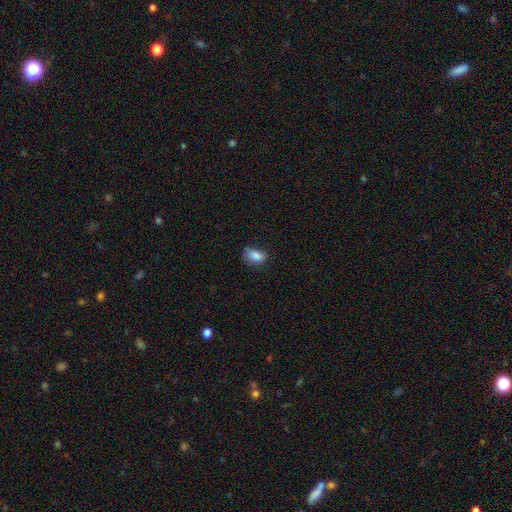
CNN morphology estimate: Smooth or featured? Predicted: smooth (p=0.84). How rounded? Predicted: in between (p=0.82). Merging? Predicted: none (p=0.55).